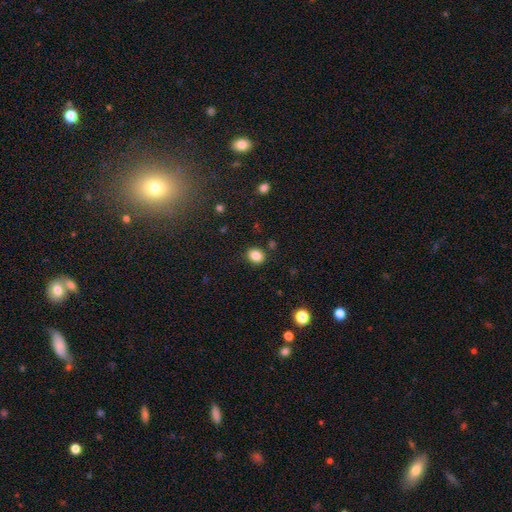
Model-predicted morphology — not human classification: This appears to be a smooth galaxy with no disk features (85%) that is round (52%). Merging: none (86%).